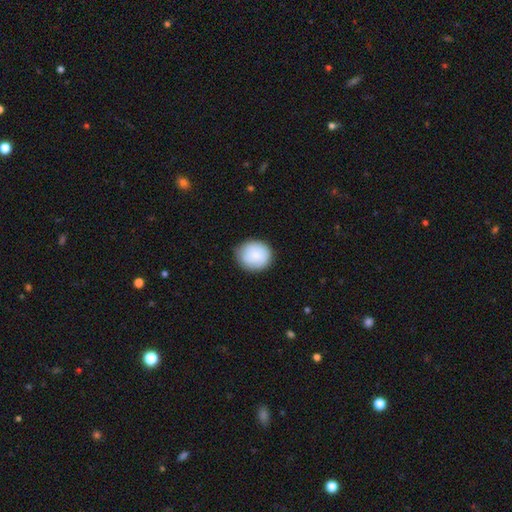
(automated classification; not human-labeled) smooth-or-featured: smooth: 81% | featured or disk: 13% | star or artifact: 6%
  how-rounded: round: 83% | in between: 17% | cigar-shaped: 1%
  merging: none: 82% | minor disturbance: 14% | major disturbance: 3% | merger: 1%